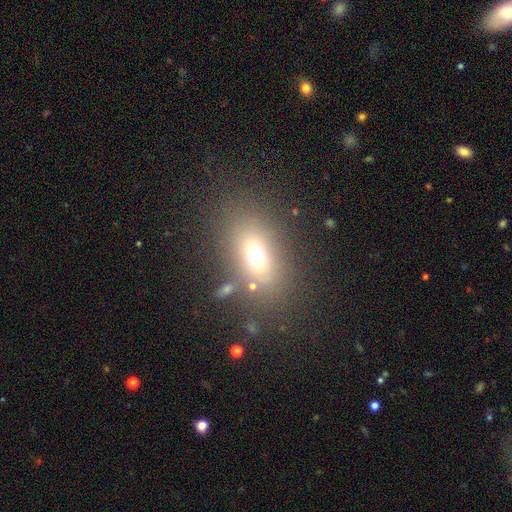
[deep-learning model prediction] A smooth galaxy with no disk features (68%) that is in between round and cigar-shaped (78%).

Vote fractions:
- Smooth or featured? smooth: 68% / featured or disk: 16% / star or artifact: 16%
- How rounded? in between: 78% / round: 18% / cigar-shaped: 4%
- Merging? none: 76% / minor disturbance: 11% / major disturbance: 7% / merger: 6%